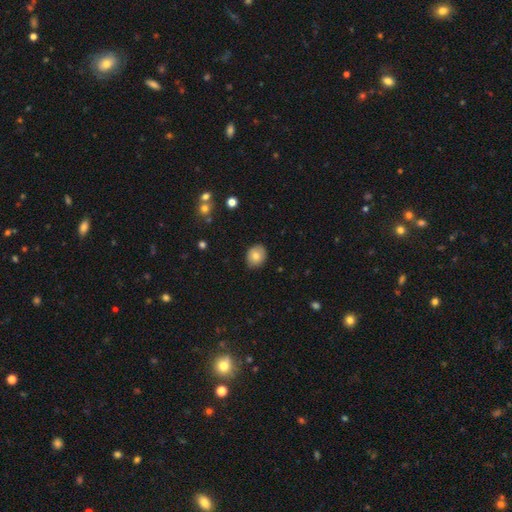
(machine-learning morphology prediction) A smooth galaxy with no disk features (77%) that is round (61%). Merging: none (86%).